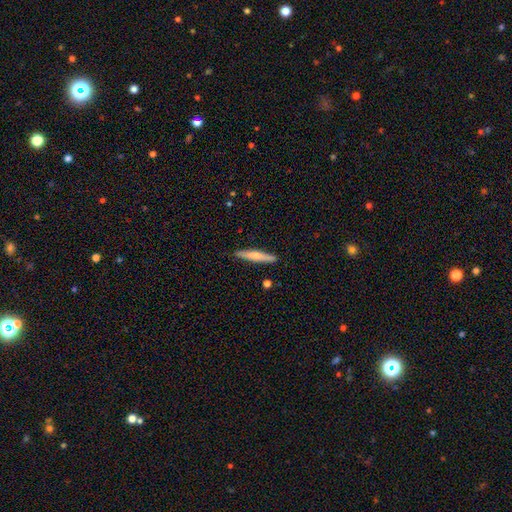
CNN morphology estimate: Overall: smooth (58%; featured or disk 37%). How rounded: cigar-shaped (92%). Merging: none (89%).